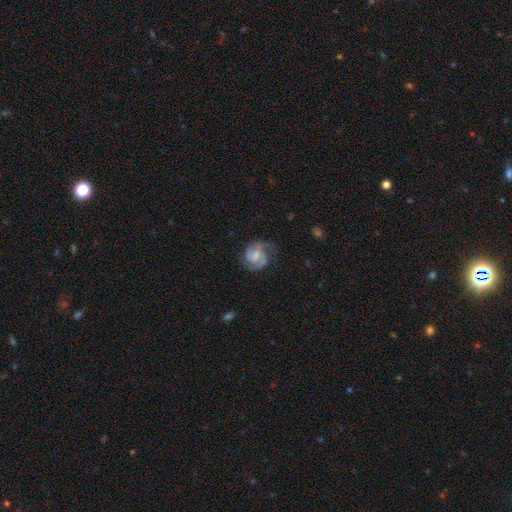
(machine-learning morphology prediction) Smooth or featured? featured or disk (82%)
Edge-on disk? no (98%)
Bar? weak (47%)
Spiral arms? yes (97%)
Spiral winding? medium (49%)
Spiral arm count? 2 (80%)
Bulge size? small (39%)
Merging? none (68%)